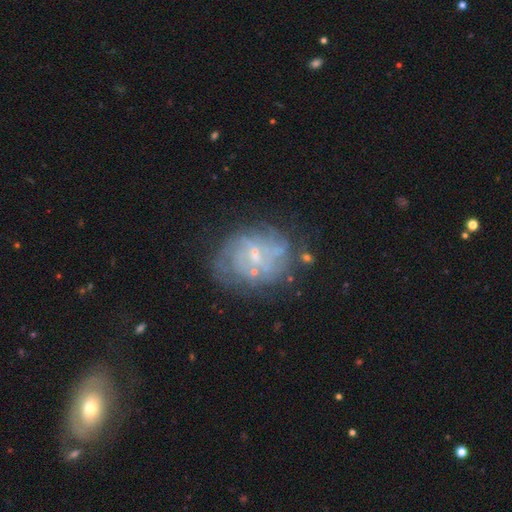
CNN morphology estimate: smooth-or-featured: featured or disk: 71% | smooth: 19% | star or artifact: 11%
  disk-edge-on: no: 97% | yes: 3%
    bar: no: 49% | weak: 43% | strong: 8%
    has-spiral-arms: yes: 68% | no: 32%
    bulge-size: small: 73% | moderate: 15% | none: 10% | large: 1% | dominant: 1%
  merging: none: 60% | minor disturbance: 21% | major disturbance: 14% | merger: 6%